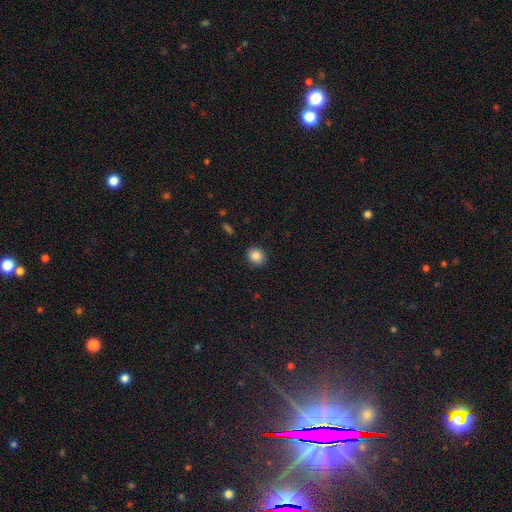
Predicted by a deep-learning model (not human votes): Smooth or featured? Predicted: smooth (p=0.87). How rounded? Predicted: round (p=0.71). Merging? Predicted: none (p=0.90).